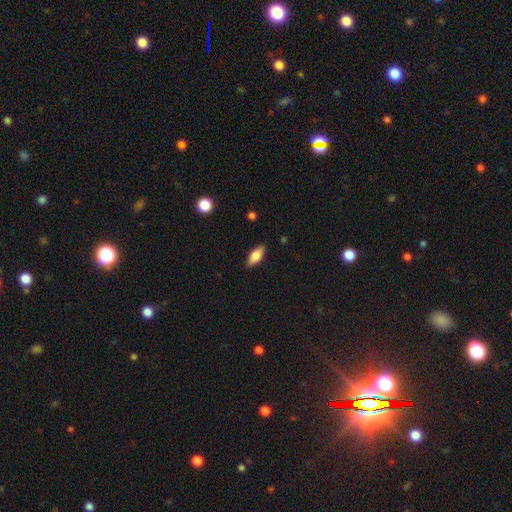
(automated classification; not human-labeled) Smooth or featured: smooth — 76% (featured or disk — 17%)
How rounded: in between — 84% (cigar-shaped — 13%)
Merging: none — 86% (minor disturbance — 11%)